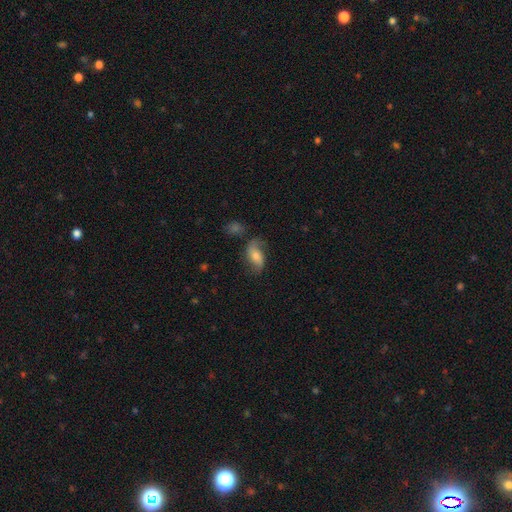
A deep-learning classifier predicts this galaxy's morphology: Smooth or featured: featured or disk — 56% (smooth — 35%)
Edge-on disk: no — 93% (yes — 7%)
Bar: no — 51% (weak — 33%)
Spiral arms: yes — 87% (no — 13%)
Bulge size: moderate — 55% (small — 31%)
Merging: none — 64% (minor disturbance — 21%)